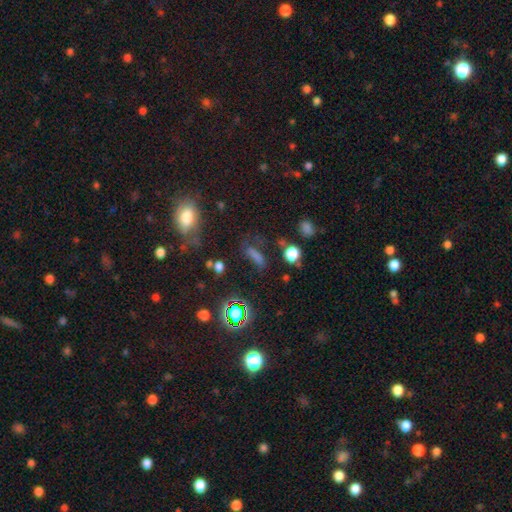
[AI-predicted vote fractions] Q: Smooth or featured?
A: smooth (53%); runner-up: star or artifact (33%)
Q: How rounded?
A: in between (47%); runner-up: cigar-shaped (38%)
Q: Merging?
A: none (63%); runner-up: minor disturbance (19%)